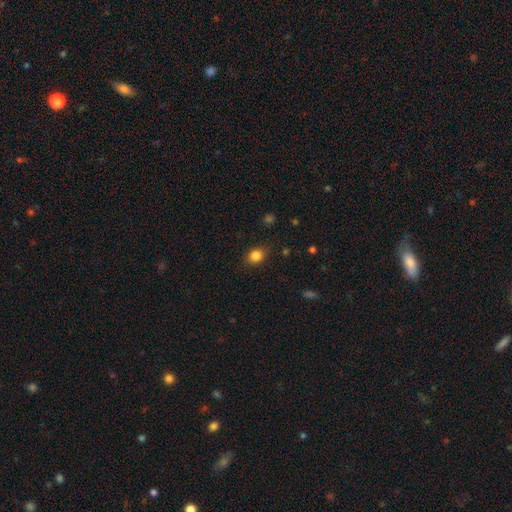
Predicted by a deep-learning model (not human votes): Q: Smooth or featured?
A: smooth (83%); runner-up: star or artifact (11%)
Q: How rounded?
A: round (55%); runner-up: in between (43%)
Q: Merging?
A: none (82%); runner-up: minor disturbance (13%)